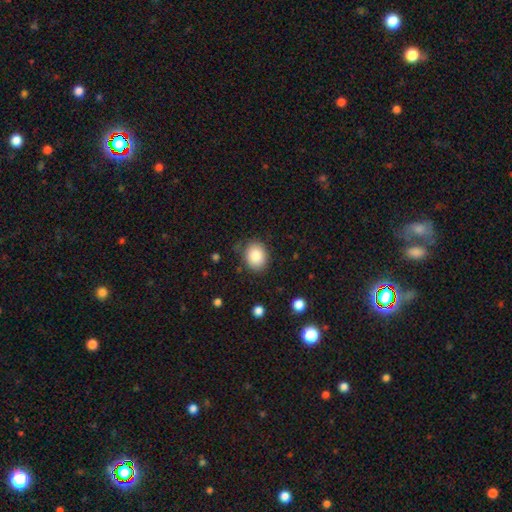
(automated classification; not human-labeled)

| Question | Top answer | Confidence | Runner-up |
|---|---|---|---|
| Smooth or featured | smooth | 86% | star or artifact (8%) |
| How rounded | round | 58% | in between (41%) |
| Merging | none | 82% | minor disturbance (13%) |